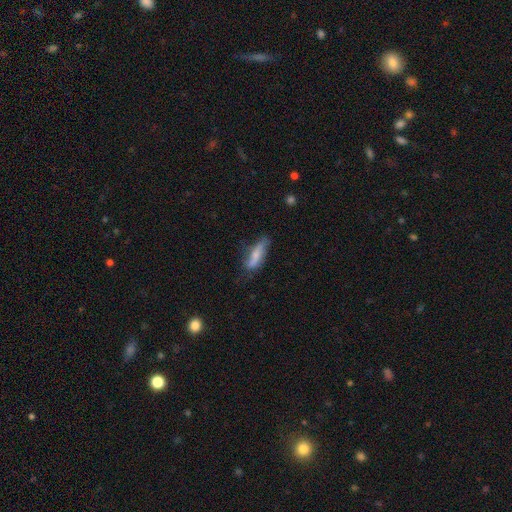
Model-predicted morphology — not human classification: A smooth galaxy with no disk features (62%) that is in between round and cigar-shaped (50%).

Vote fractions:
- Smooth or featured? smooth: 62% / featured or disk: 31% / star or artifact: 7%
- How rounded? in between: 50% / cigar-shaped: 48% / round: 2%
- Merging? none: 53% / minor disturbance: 32% / major disturbance: 12% / merger: 3%